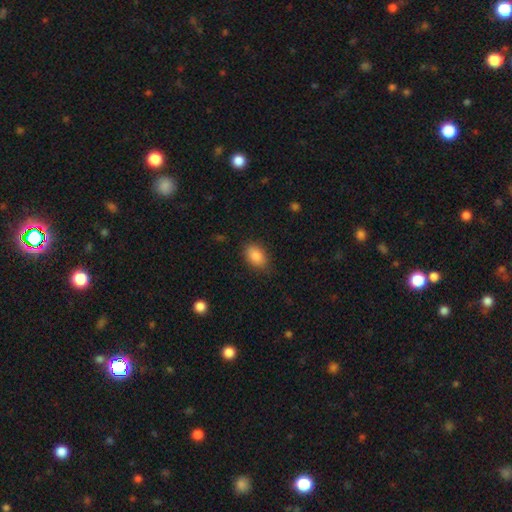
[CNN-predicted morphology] Smooth or featured? Predicted: smooth (p=0.87). How rounded? Predicted: in between (p=0.85). Merging? Predicted: none (p=0.81).